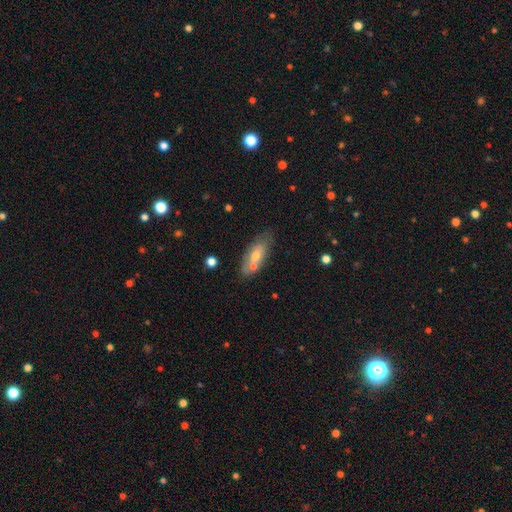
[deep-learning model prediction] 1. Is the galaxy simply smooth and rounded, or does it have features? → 57% smooth, 36% featured or disk, 8% star or artifact.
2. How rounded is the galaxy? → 76% in between, 21% cigar-shaped, 4% round.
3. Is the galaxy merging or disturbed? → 61% none, 18% minor disturbance, 16% merger, 5% major disturbance.